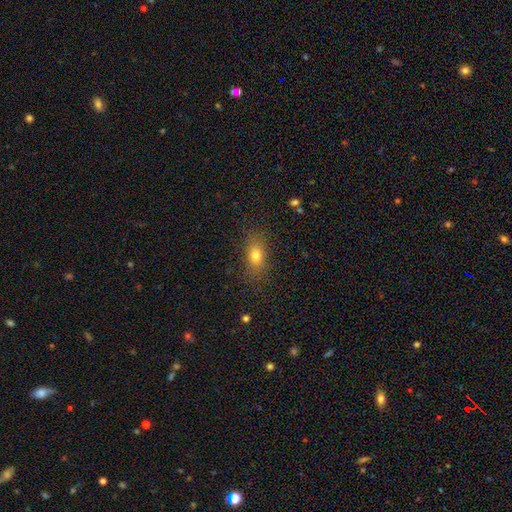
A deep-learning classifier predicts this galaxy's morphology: Overall: smooth (76%). How rounded: in between (74%). Merging: none (82%).